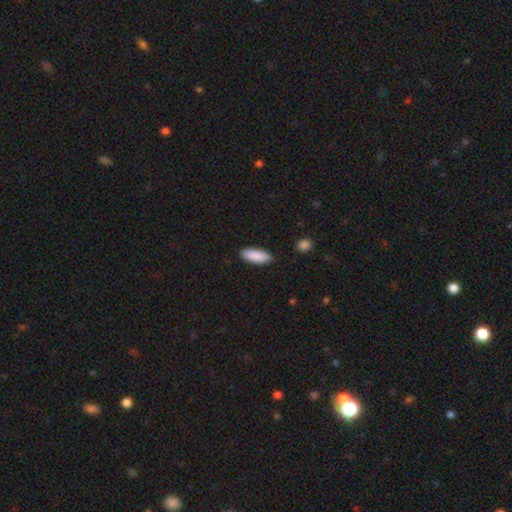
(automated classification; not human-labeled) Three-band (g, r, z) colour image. It shows a smooth galaxy with no disk features (90%) that is in between round and cigar-shaped (72%). Merging: none (87%).